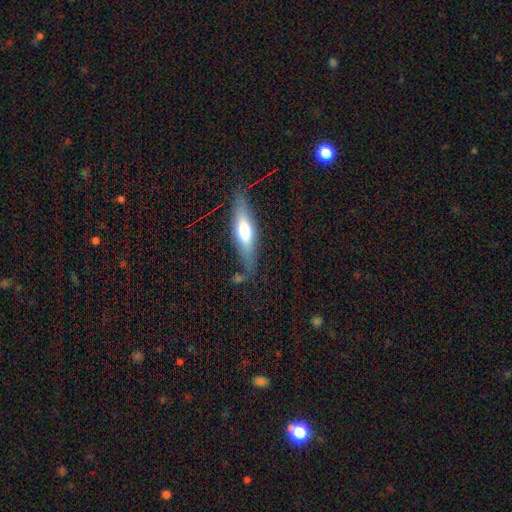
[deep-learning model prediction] Smooth or featured?
  - featured or disk: 57% *
  - smooth: 37%
  - star or artifact: 6%
Edge-on disk?
  - yes: 88% *
  - no: 12%
Merging?
  - none: 80% *
  - minor disturbance: 15%
  - major disturbance: 3%
  - merger: 2%